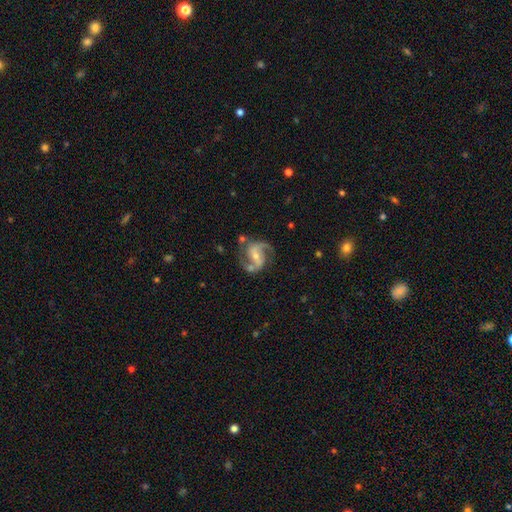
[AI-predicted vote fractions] smooth_or_featured: featured or disk (p=0.89) [alt: smooth p=0.06]
disk_edge_on: no (p=0.98) [alt: yes p=0.02]
bar: weak (p=0.40) [alt: strong p=0.35]
has_spiral_arms: yes (p=0.97) [alt: no p=0.03]
spiral_winding: medium (p=0.59) [alt: loose p=0.27]
spiral_arm_count: 2 (p=0.91) [alt: can't tell p=0.02]
bulge_size: small (p=0.52) [alt: moderate p=0.42]
merging: none (p=0.67) [alt: minor disturbance p=0.17]